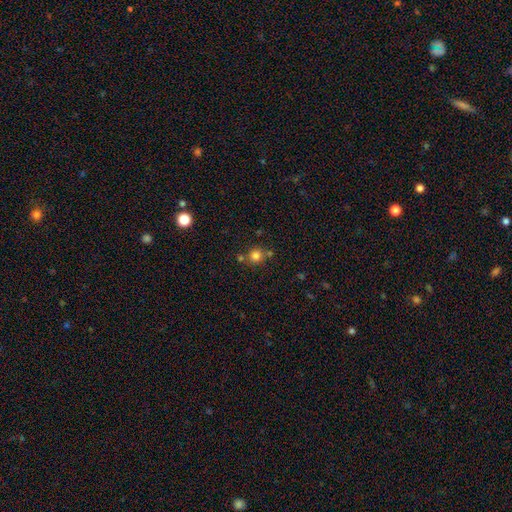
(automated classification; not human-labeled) A smooth galaxy with no disk features (79%) that is round (90%).

Vote fractions:
- Smooth or featured? smooth: 79% / star or artifact: 14% / featured or disk: 7%
- How rounded? round: 90% / in between: 9% / cigar-shaped: 1%
- Merging? none: 68% / merger: 18% / minor disturbance: 10% / major disturbance: 3%